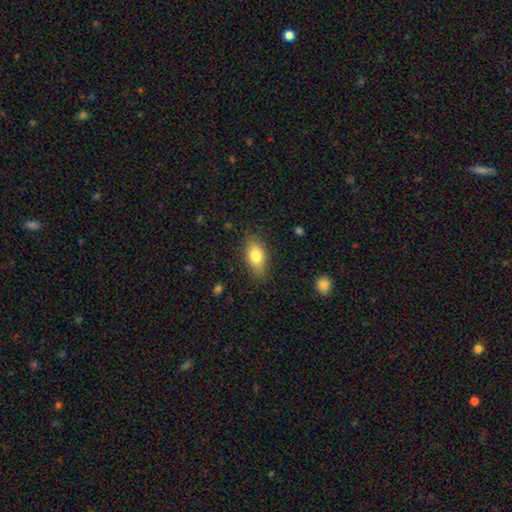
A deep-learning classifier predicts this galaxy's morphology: smooth 80%, featured or disk 13%, star or artifact 7%. Down the decision tree: how rounded — in between (87%); merging — none (83%).